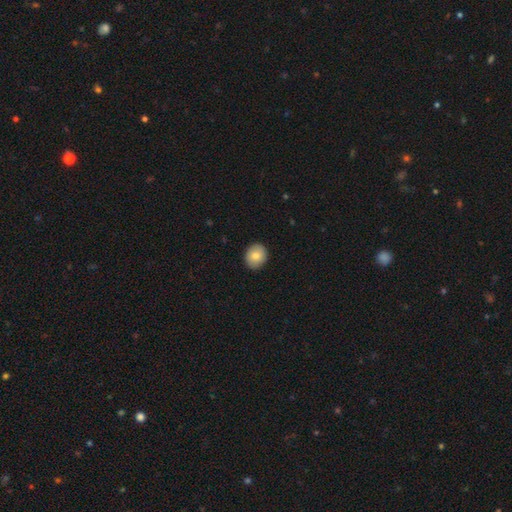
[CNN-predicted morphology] A smooth galaxy with no disk features (81%) that is round (72%). Merging: none (90%).